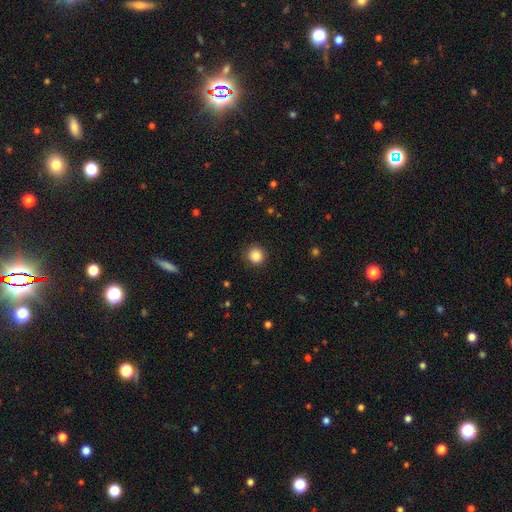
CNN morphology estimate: type=smooth (86%); roundness=round (92%); merging=none (89%).